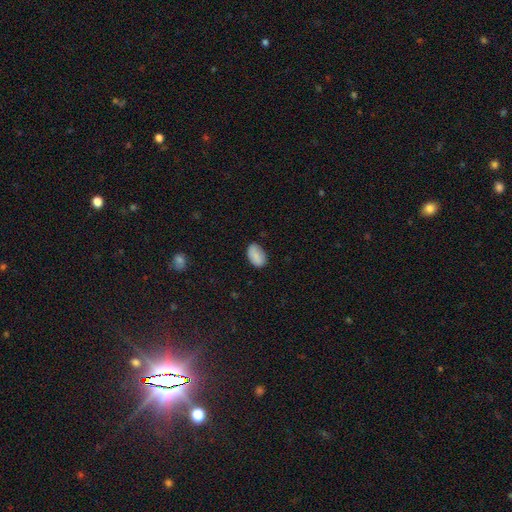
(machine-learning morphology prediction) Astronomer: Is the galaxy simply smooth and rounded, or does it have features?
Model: smooth — 85%.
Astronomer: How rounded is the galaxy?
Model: in between — 92%.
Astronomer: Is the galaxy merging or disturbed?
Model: none — 78%.